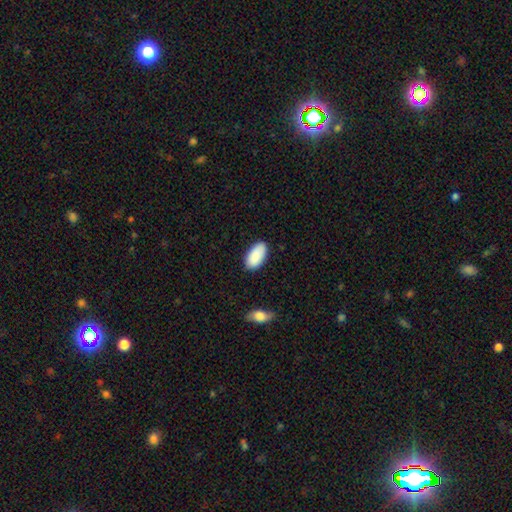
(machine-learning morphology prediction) Overall: smooth (90%). How rounded: in between (95%). Merging: none (85%).